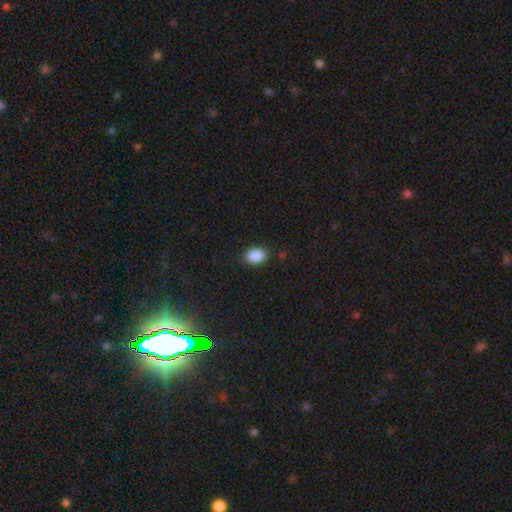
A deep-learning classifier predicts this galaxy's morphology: Overall: smooth (88%). How rounded: in between (81%). Merging: none (86%).